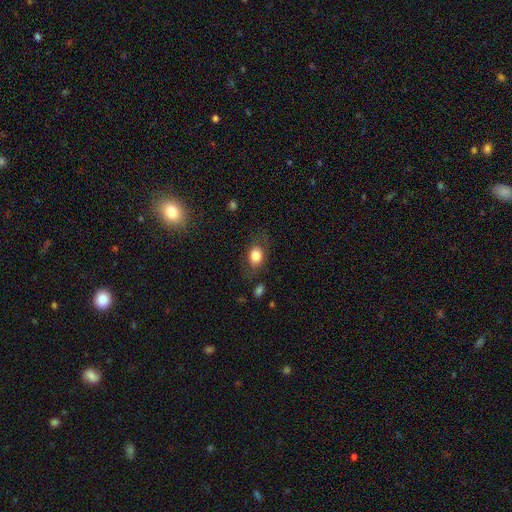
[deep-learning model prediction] Smooth or featured?
  - smooth: 79% *
  - featured or disk: 13%
  - star or artifact: 8%
How rounded?
  - in between: 68% *
  - round: 30%
  - cigar-shaped: 2%
Merging?
  - none: 69% *
  - minor disturbance: 19%
  - major disturbance: 10%
  - merger: 2%